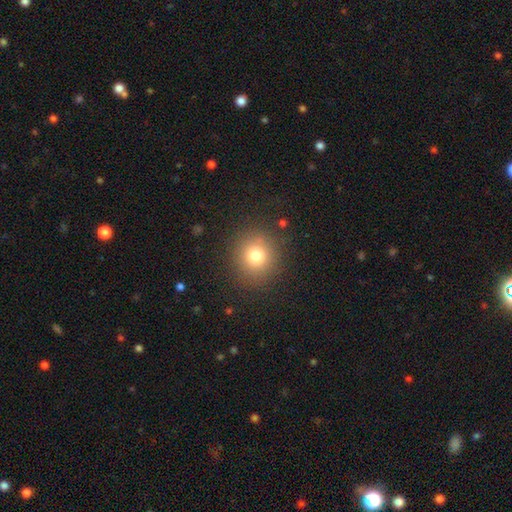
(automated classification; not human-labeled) A smooth galaxy with no disk features (78%) that is round (90%).

Vote fractions:
- Smooth or featured? smooth: 78% / star or artifact: 14% / featured or disk: 8%
- How rounded? round: 90% / in between: 9% / cigar-shaped: 1%
- Merging? none: 87% / minor disturbance: 8% / major disturbance: 3% / merger: 2%